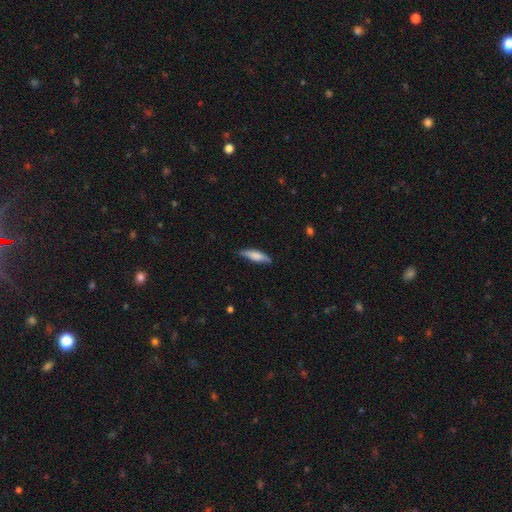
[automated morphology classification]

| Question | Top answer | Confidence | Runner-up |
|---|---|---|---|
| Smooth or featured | smooth | 72% | featured or disk (22%) |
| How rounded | cigar-shaped | 64% | in between (34%) |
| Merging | none | 75% | minor disturbance (20%) |